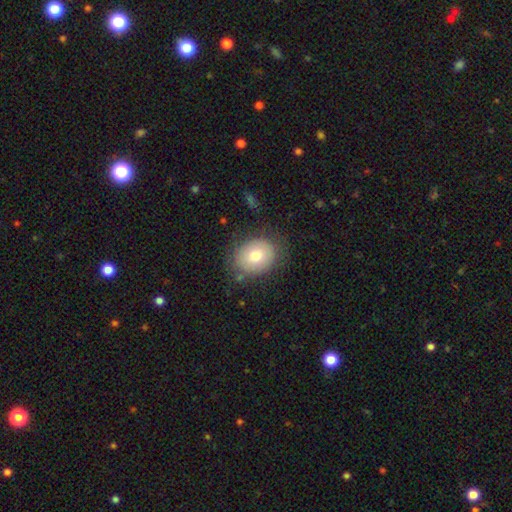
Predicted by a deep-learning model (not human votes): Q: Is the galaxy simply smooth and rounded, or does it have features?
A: smooth — 73%.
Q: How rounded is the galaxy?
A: round — 55%.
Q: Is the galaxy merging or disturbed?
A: none — 78%.